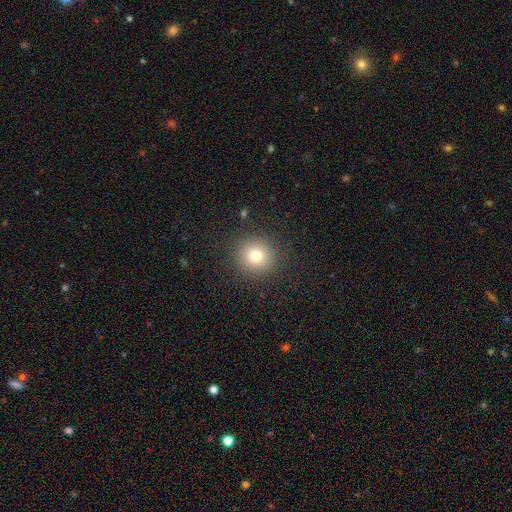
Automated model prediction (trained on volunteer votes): Smooth or featured?
  - smooth: 78% *
  - star or artifact: 13%
  - featured or disk: 9%
How rounded?
  - round: 91% *
  - in between: 8%
  - cigar-shaped: 1%
Merging?
  - none: 89% *
  - minor disturbance: 7%
  - major disturbance: 3%
  - merger: 1%